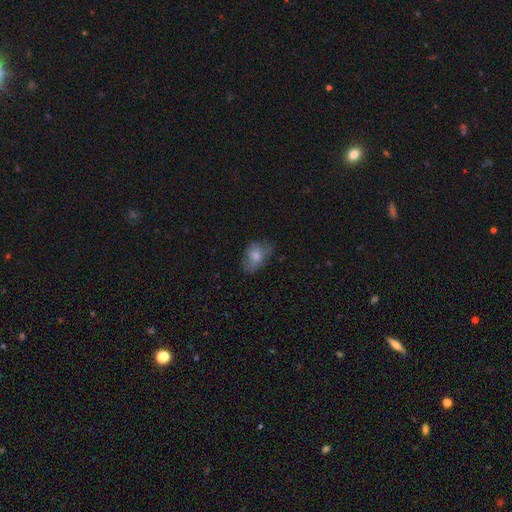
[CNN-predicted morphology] smooth-or-featured: smooth: 70% | featured or disk: 21% | star or artifact: 8%
  how-rounded: in between: 81% | round: 18% | cigar-shaped: 1%
  merging: none: 61% | minor disturbance: 27% | major disturbance: 11% | merger: 1%